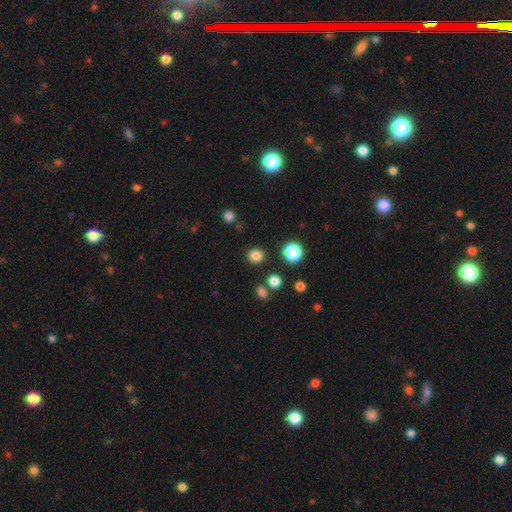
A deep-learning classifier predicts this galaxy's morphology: type=smooth (82%); roundness=round (91%); merging=none (88%).